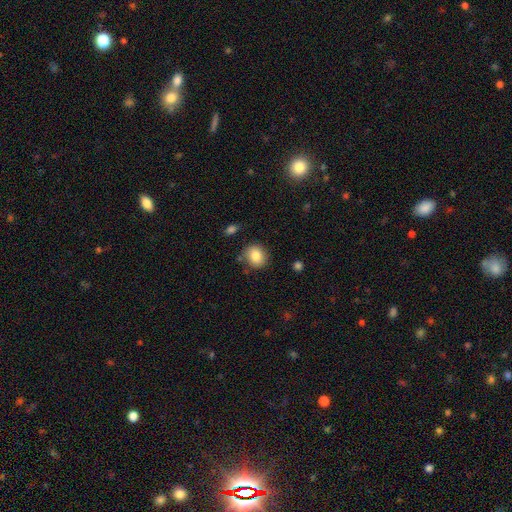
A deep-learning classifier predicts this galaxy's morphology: Smooth or featured?
  - smooth: 83% *
  - star or artifact: 9%
  - featured or disk: 8%
How rounded?
  - round: 73% *
  - in between: 26%
  - cigar-shaped: 1%
Merging?
  - none: 81% *
  - minor disturbance: 12%
  - major disturbance: 3%
  - merger: 3%